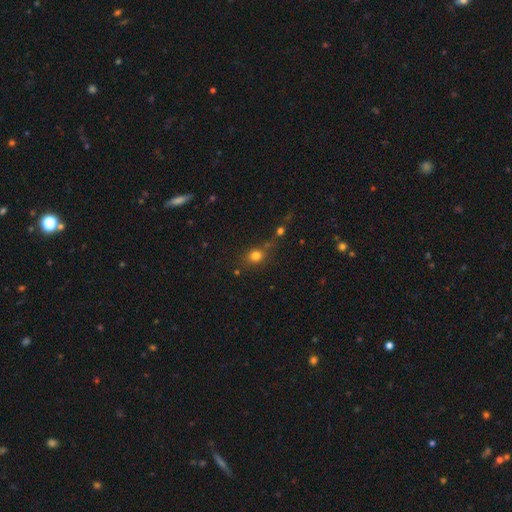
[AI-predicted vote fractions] A smooth galaxy with no disk features (75%) that is round (70%).

Vote fractions:
- Smooth or featured? smooth: 75% / star or artifact: 16% / featured or disk: 9%
- How rounded? round: 70% / in between: 27% / cigar-shaped: 2%
- Merging? none: 58% / merger: 18% / minor disturbance: 15% / major disturbance: 9%